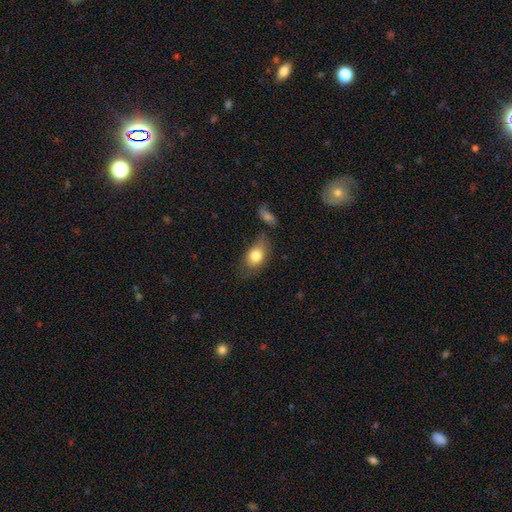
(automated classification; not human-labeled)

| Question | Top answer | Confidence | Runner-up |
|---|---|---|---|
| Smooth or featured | smooth | 79% | featured or disk (13%) |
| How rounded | in between | 83% | round (15%) |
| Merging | none | 60% | minor disturbance (25%) |